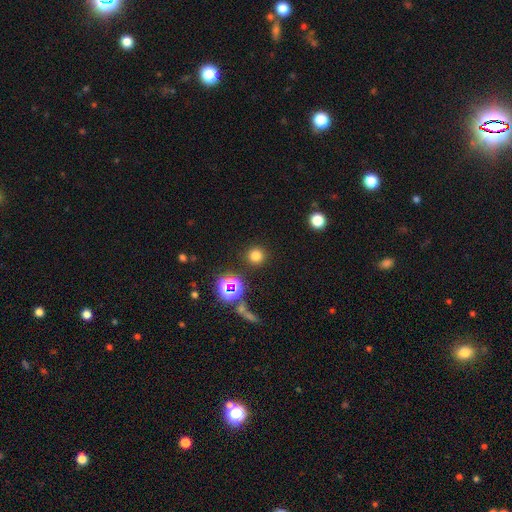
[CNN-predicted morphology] Smooth or featured? smooth (73%)
How rounded? round (94%)
Merging? none (89%)